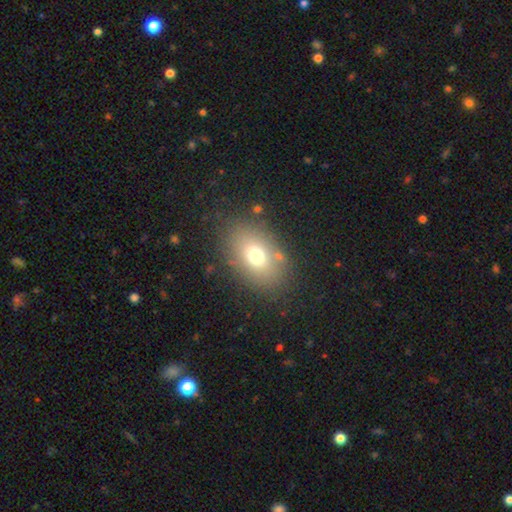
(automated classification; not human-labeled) Overall: smooth (71%). How rounded: in between (81%). Merging: none (81%).